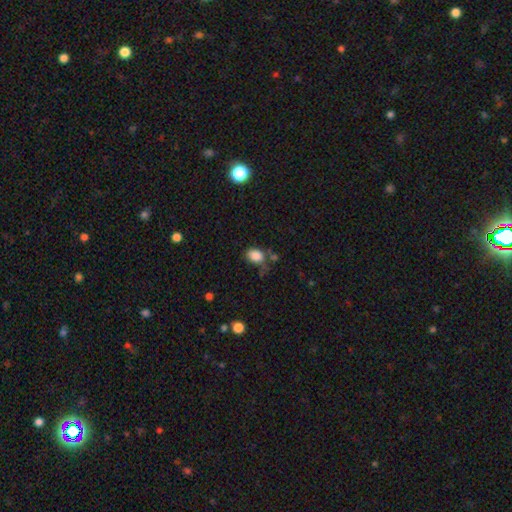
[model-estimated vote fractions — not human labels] A smooth galaxy with no disk features (85%) that is in between round and cigar-shaped (69%). Merging: none (57%).